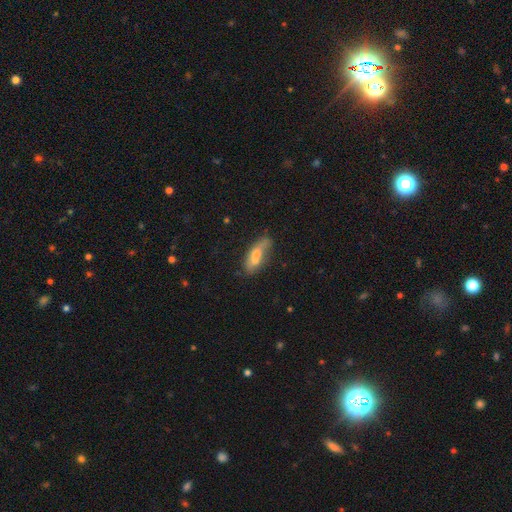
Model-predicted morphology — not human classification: This appears to be a smooth galaxy with no disk features (58%) that is in between round and cigar-shaped (60%). Merging: none (39%).